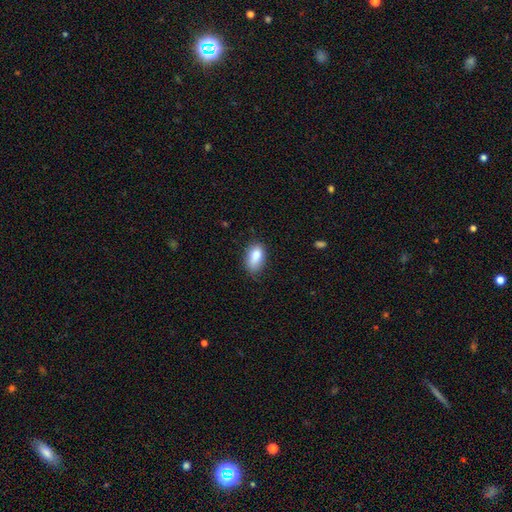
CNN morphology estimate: This is clearly a smooth galaxy (84%). How rounded: clearly in between (90%). Merging: likely none (69%).